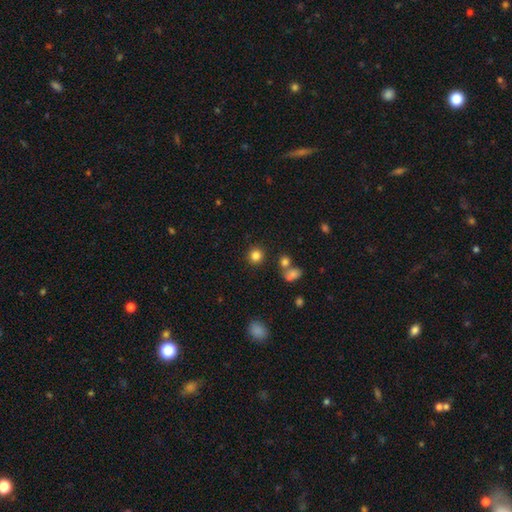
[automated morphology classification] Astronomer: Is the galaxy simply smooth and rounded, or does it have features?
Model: smooth — 82%.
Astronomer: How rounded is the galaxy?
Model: round — 91%.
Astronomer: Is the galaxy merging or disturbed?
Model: none — 85%.